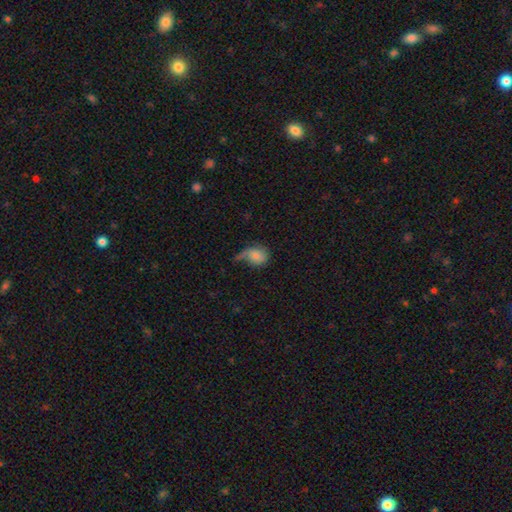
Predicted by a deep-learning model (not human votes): The model was most divided on "merging": major disturbance: 33%, minor disturbance: 31%, none: 30%, merger: 6%. More confident: smooth or featured — smooth (70%); how rounded — in between (56%).